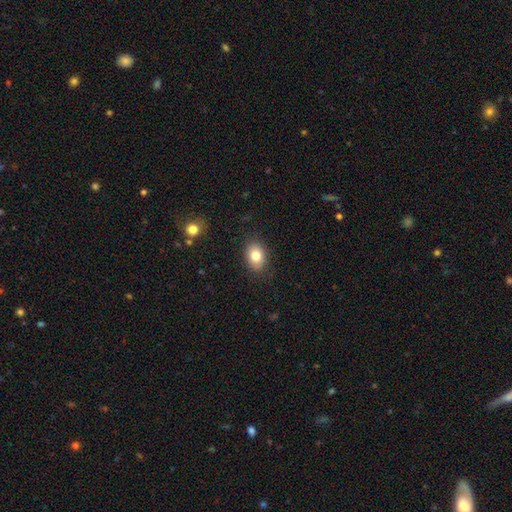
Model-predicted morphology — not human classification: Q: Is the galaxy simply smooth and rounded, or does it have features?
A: smooth — 81%.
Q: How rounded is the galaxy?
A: in between — 72%.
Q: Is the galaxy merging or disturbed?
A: none — 86%.